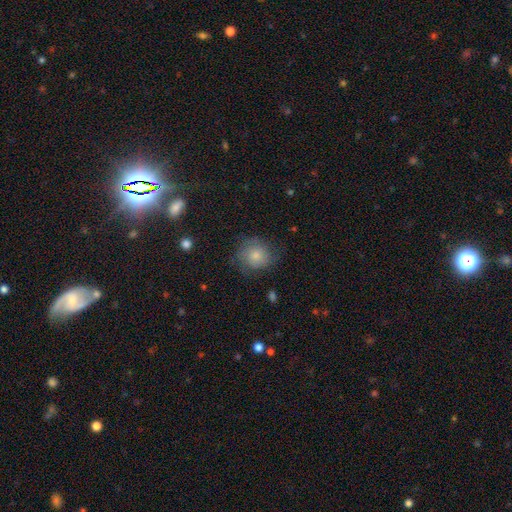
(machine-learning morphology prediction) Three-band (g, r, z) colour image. It shows a smooth galaxy with no disk features (73%) that is round (83%). Merging: none (66%).